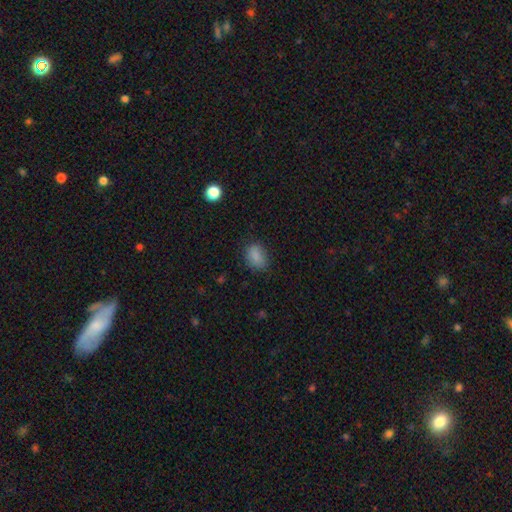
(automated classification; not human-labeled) This appears to be a smooth galaxy with no disk features (85%) that is in between round and cigar-shaped (74%). Merging: none (77%).